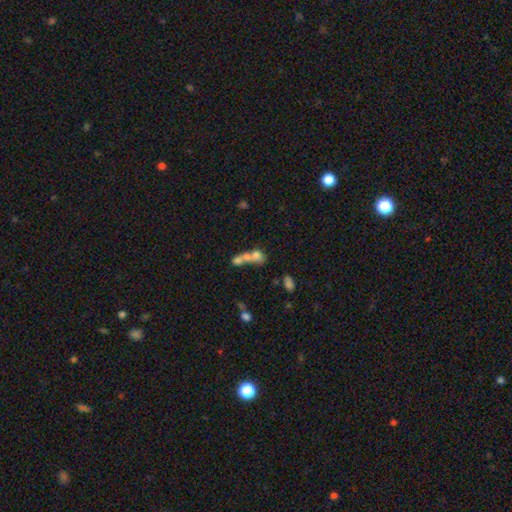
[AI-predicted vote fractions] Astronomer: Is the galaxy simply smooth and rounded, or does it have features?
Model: smooth — 59%.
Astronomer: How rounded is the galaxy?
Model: in between — 49% (runner-up: round, 46%).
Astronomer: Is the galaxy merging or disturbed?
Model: merger — 69%.